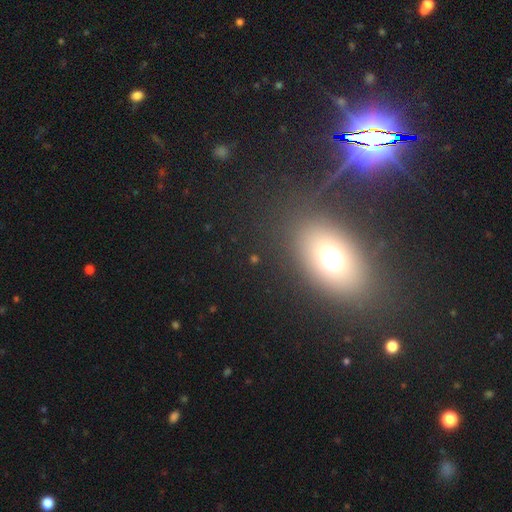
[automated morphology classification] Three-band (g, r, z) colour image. It shows a smooth galaxy with no disk features (50%). Merging: none (83%).